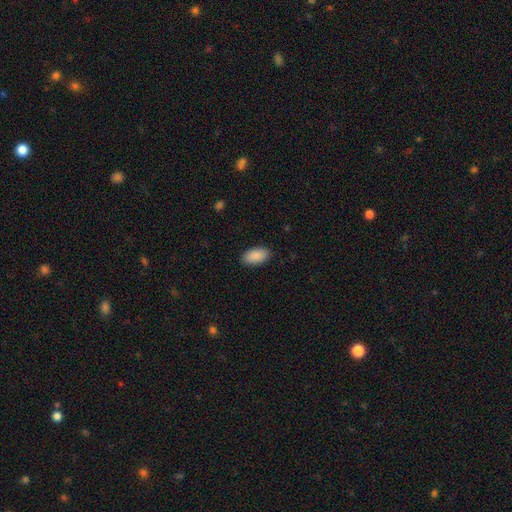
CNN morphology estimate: smooth-or-featured: smooth: 91% | star or artifact: 6% | featured or disk: 3%
  how-rounded: in between: 95% | round: 3% | cigar-shaped: 2%
  merging: none: 88% | minor disturbance: 9% | major disturbance: 2% | merger: 1%